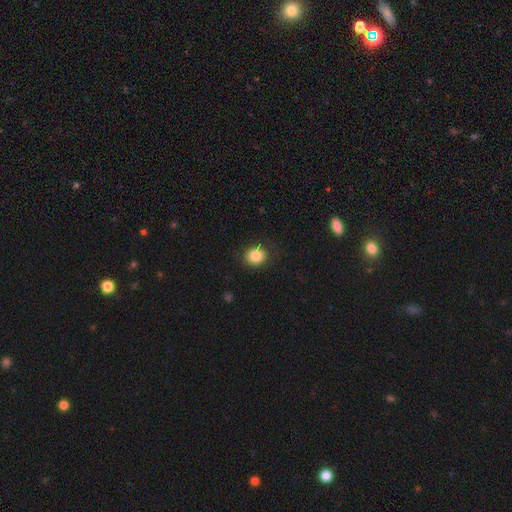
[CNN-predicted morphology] type=smooth (85%); roundness=round (75%); merging=none (83%).